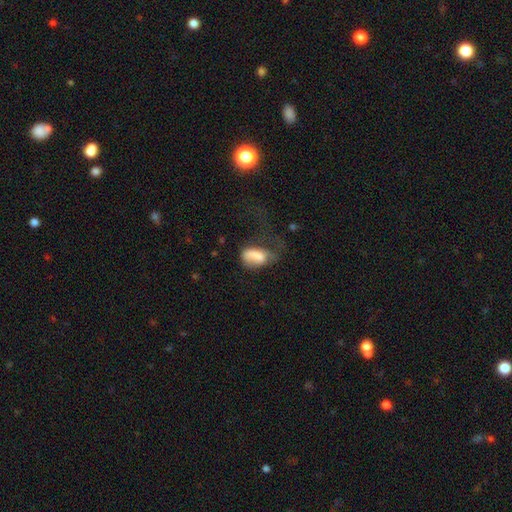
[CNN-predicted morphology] smooth 70%, featured or disk 21%, star or artifact 9%. Down the decision tree: how rounded — in between (88%); merging — major disturbance (51%).